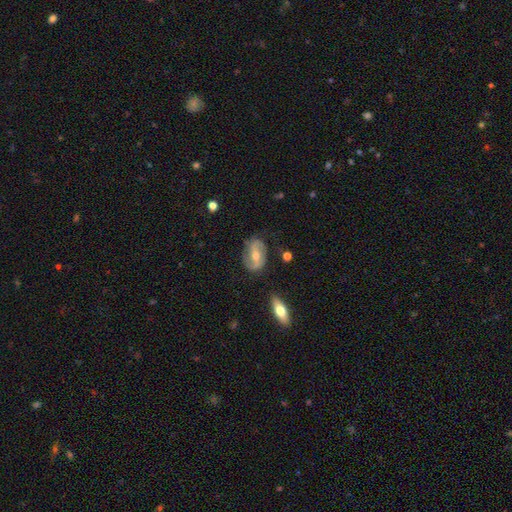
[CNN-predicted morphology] featured or disk 74%, smooth 19%, star or artifact 7%. Down the decision tree: edge-on disk — no (93%); bar — weak (36%); spiral arms — yes (84%); spiral arm count — 2 (85%); spiral winding — medium (39%); bulge size — moderate (59%); merging — none (77%).